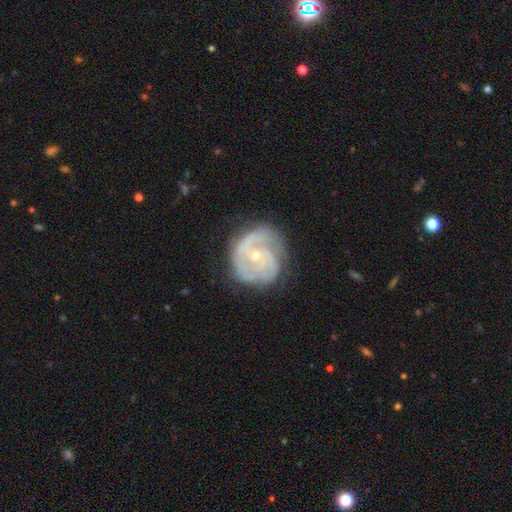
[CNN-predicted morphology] Q: Smooth or featured?
A: featured or disk (81%); runner-up: smooth (12%)
Q: Edge-on disk?
A: no (98%); runner-up: yes (2%)
Q: Bar?
A: no (70%); runner-up: weak (24%)
Q: Spiral arms?
A: yes (92%); runner-up: no (8%)
Q: Spiral winding?
A: tight (57%); runner-up: medium (34%)
Q: Spiral arm count?
A: 2 (35%); runner-up: 3 (25%)
Q: Bulge size?
A: small (73%); runner-up: moderate (24%)
Q: Merging?
A: none (68%); runner-up: minor disturbance (21%)